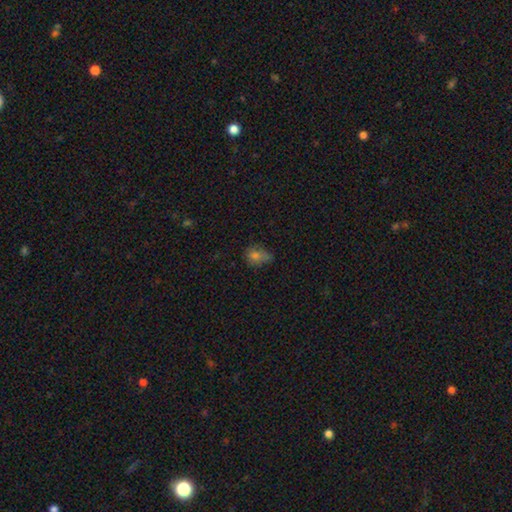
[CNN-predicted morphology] Smooth or featured: smooth — 67% (star or artifact — 19%)
How rounded: in between — 55% (round — 42%)
Merging: none — 45% (minor disturbance — 34%)